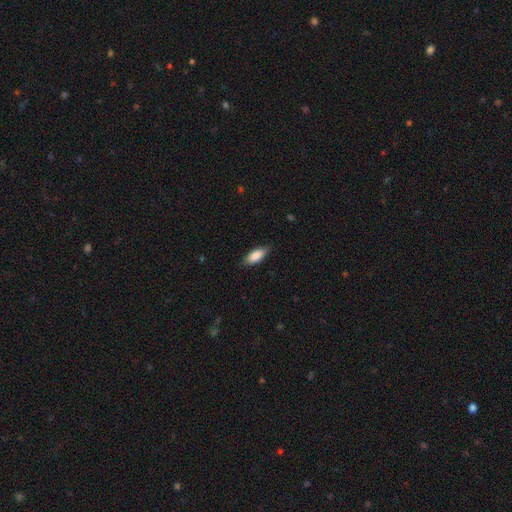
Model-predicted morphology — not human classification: Overall: smooth (85%). How rounded: in between (78%). Merging: none (81%).